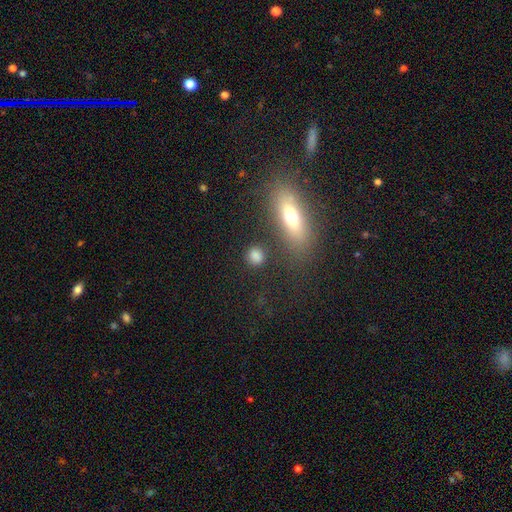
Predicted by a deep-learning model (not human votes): smooth 81%, star or artifact 12%, featured or disk 7%. Down the decision tree: how rounded — round (79%); merging — none (81%).